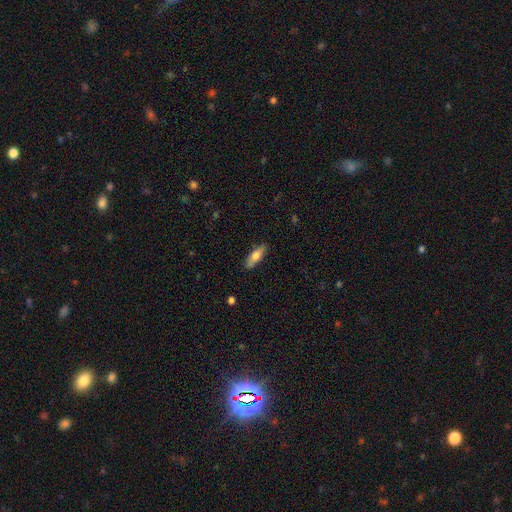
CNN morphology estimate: smooth_or_featured: smooth (p=0.68) [alt: featured or disk p=0.26]
how_rounded: in between (p=0.53) [alt: cigar-shaped p=0.45]
merging: none (p=0.86) [alt: minor disturbance p=0.11]